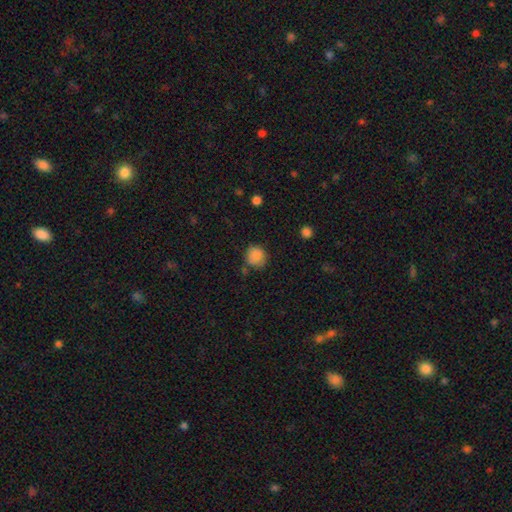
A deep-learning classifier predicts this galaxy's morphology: type=smooth (85%); roundness=round (85%); merging=none (70%).